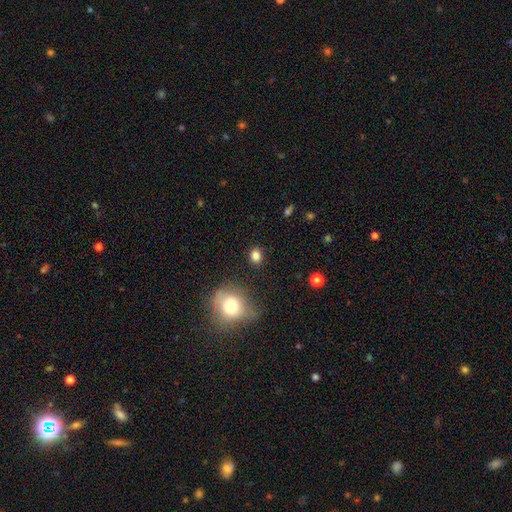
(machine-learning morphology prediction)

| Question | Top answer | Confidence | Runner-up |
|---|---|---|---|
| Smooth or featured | smooth | 84% | star or artifact (11%) |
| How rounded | round | 55% | in between (43%) |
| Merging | none | 86% | minor disturbance (8%) |